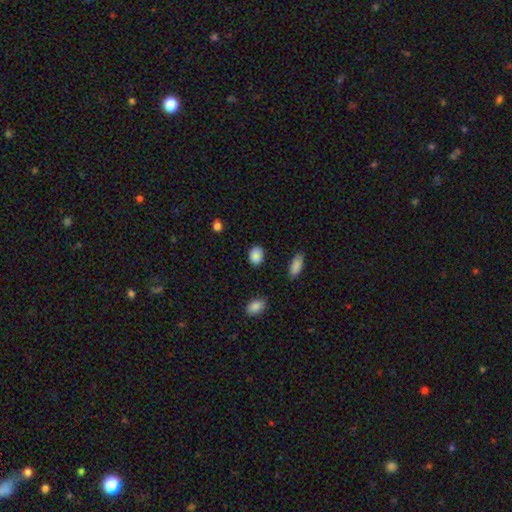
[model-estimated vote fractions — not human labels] Q: Smooth or featured?
A: smooth (84%); runner-up: star or artifact (10%)
Q: How rounded?
A: in between (60%); runner-up: round (39%)
Q: Merging?
A: none (75%); runner-up: minor disturbance (18%)